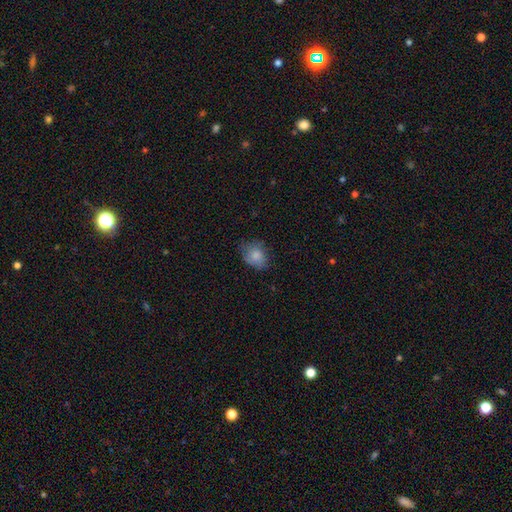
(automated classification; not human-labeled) smooth_or_featured: smooth (p=0.82) [alt: featured or disk p=0.10]
how_rounded: in between (p=0.62) [alt: round p=0.37]
merging: none (p=0.61) [alt: minor disturbance p=0.29]